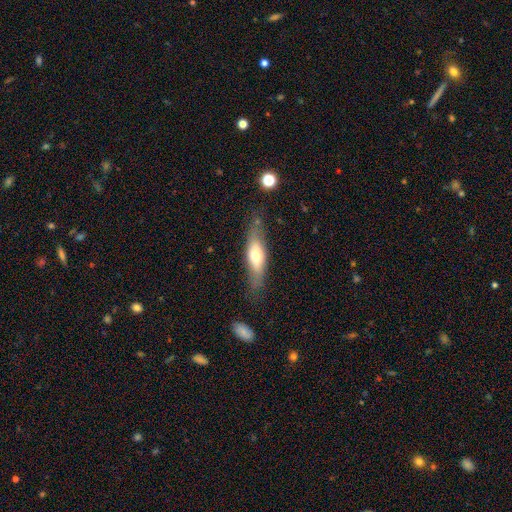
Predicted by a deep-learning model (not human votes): Q: Smooth or featured?
A: smooth (57%); runner-up: featured or disk (37%)
Q: How rounded?
A: cigar-shaped (51%); runner-up: in between (46%)
Q: Merging?
A: none (72%); runner-up: minor disturbance (18%)